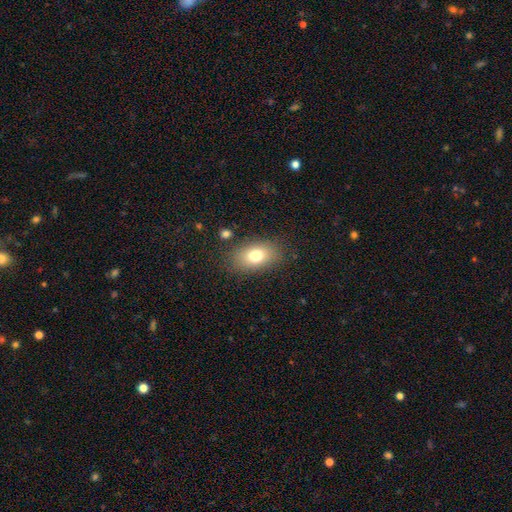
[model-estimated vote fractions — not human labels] Smooth or featured? Predicted: smooth (p=0.76). How rounded? Predicted: in between (p=0.86). Merging? Predicted: none (p=0.83).